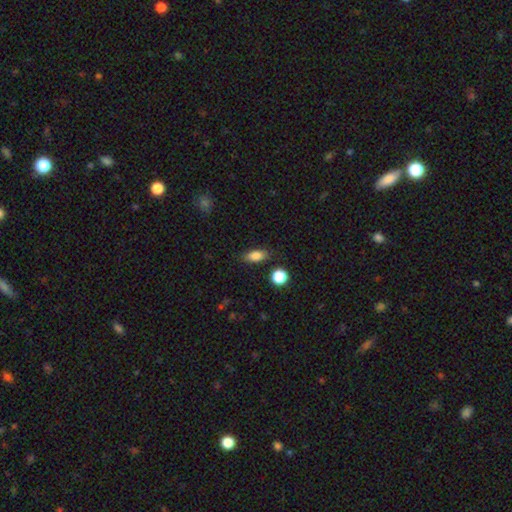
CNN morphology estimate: This appears to be a smooth galaxy with no disk features (83%) that is in between round and cigar-shaped (79%). Merging: none (83%).